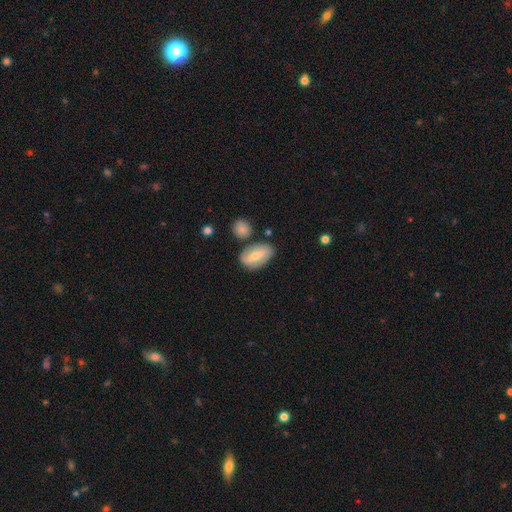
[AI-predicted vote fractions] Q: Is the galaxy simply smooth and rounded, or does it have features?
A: smooth — 52%.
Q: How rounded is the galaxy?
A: in between — 88%.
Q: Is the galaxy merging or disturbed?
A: none — 68%.